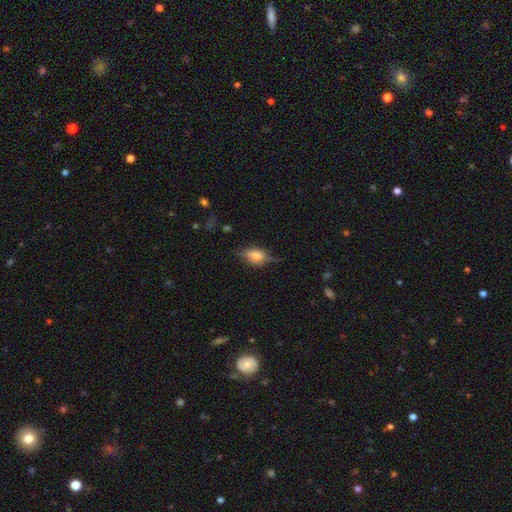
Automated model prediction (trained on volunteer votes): smooth 48%, featured or disk 43%, star or artifact 9%. Down the decision tree: merging — none (64%).